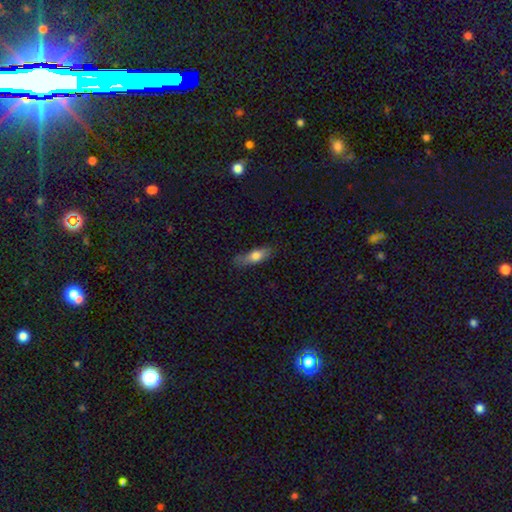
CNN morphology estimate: A smooth galaxy with no disk features (71%) that is in between round and cigar-shaped (58%). Merging: none (68%).